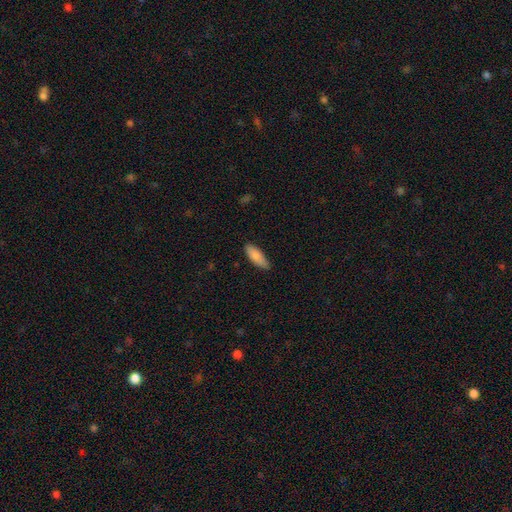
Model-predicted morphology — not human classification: Overall: smooth (84%). How rounded: in between (70%). Merging: none (79%).